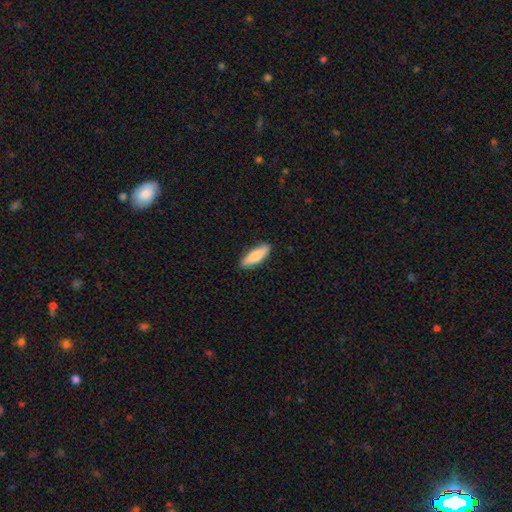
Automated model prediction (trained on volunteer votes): Overall: smooth (80%). How rounded: cigar-shaped (50%; in between 48%). Merging: none (87%).